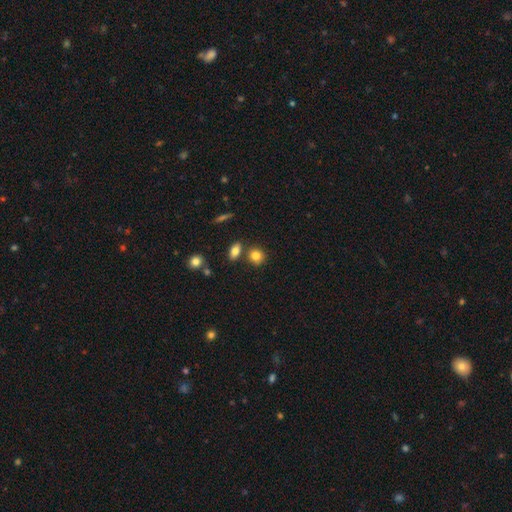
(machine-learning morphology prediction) Q: Smooth or featured?
A: smooth (81%); runner-up: star or artifact (10%)
Q: How rounded?
A: round (74%); runner-up: in between (24%)
Q: Merging?
A: none (72%); runner-up: merger (15%)